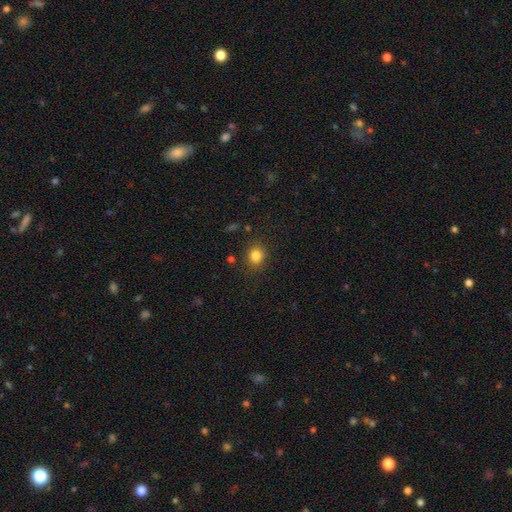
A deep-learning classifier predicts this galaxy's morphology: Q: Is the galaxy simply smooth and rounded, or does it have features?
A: smooth — 83%.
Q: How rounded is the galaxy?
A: round — 77%.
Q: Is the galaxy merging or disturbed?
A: none — 86%.